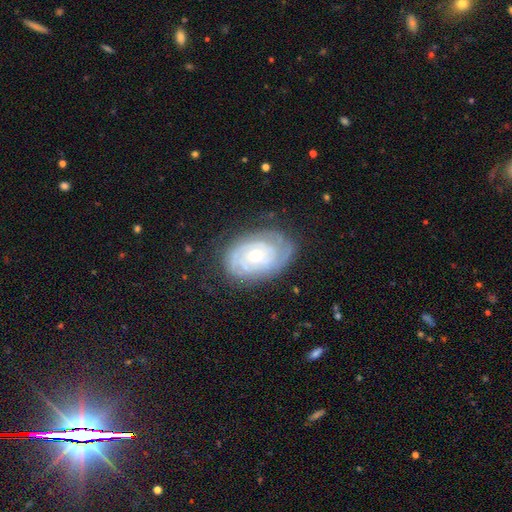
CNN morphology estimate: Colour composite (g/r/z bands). It shows a featured or disk galaxy (82%) with no bar (80%), tight (80%) spiral arms (92%) and a small central bulge (52%). Merging: none (74%).